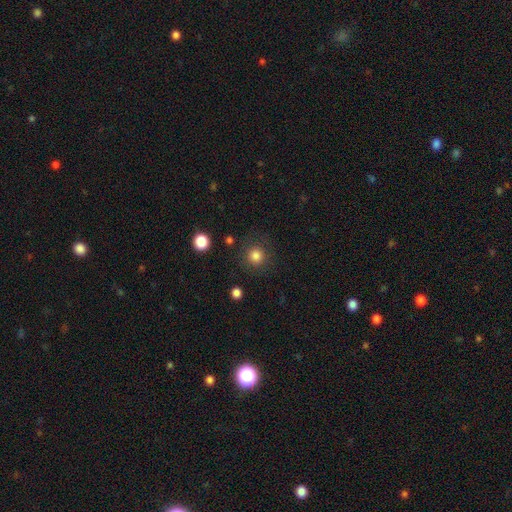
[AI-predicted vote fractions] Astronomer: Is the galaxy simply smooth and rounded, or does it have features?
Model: smooth — 83%.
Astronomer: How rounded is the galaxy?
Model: round — 94%.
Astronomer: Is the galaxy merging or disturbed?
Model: none — 86%.